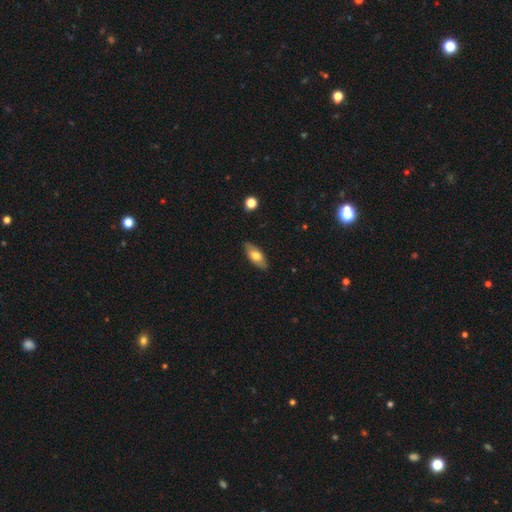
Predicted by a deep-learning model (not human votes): This is likely a smooth galaxy (67%). How rounded: clearly in between (82%). Merging: clearly none (85%).